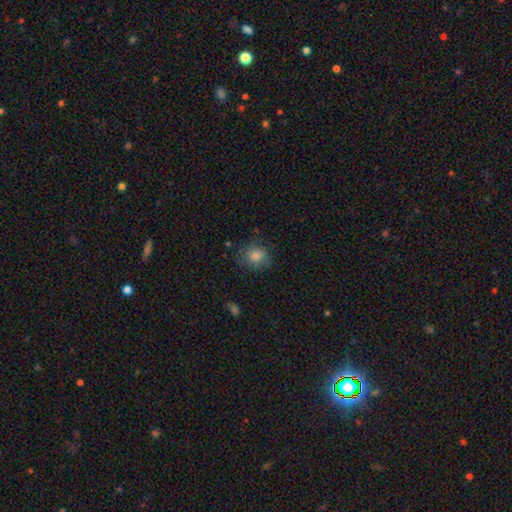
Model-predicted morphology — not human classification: smooth 66%, featured or disk 20%, star or artifact 15%. Down the decision tree: how rounded — round (78%); merging — none (74%).